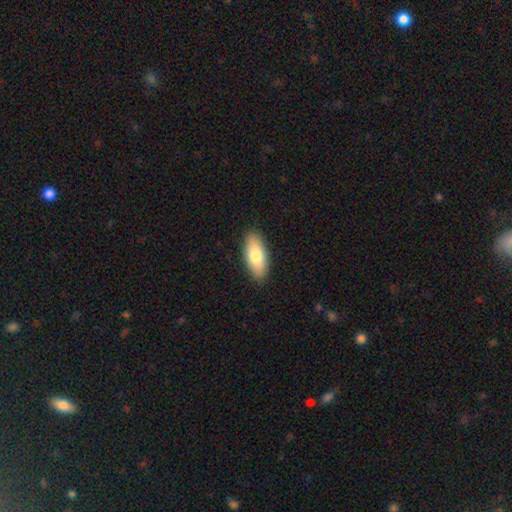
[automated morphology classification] Smooth or featured? Predicted: smooth (p=0.77). How rounded? Predicted: in between (p=0.82). Merging? Predicted: none (p=0.89).